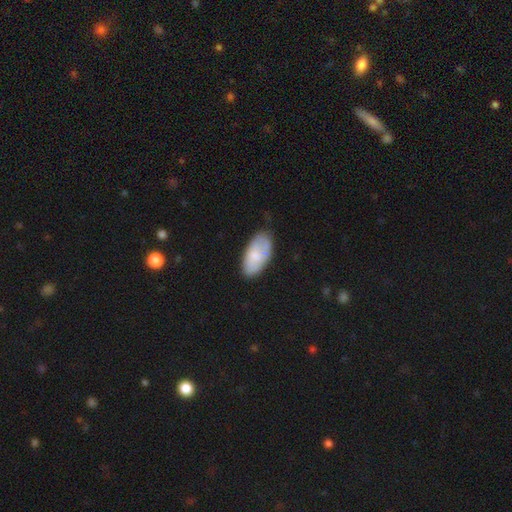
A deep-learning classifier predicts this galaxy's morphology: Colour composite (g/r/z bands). It shows a smooth galaxy with no disk features (72%) that is in between round and cigar-shaped (95%). Merging: none (68%).